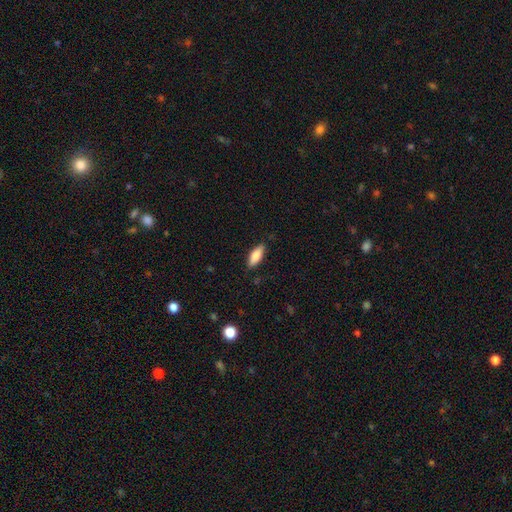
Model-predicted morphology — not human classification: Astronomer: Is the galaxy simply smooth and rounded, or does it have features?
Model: smooth — 79%.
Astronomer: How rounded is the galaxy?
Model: in between — 69%.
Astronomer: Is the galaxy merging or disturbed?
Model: none — 85%.